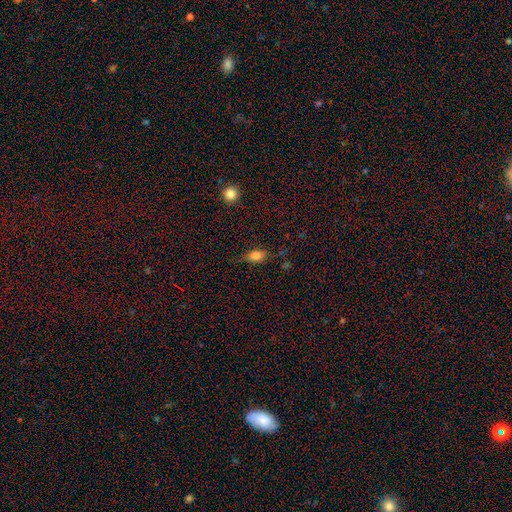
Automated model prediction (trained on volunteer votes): Overall: smooth (78%). How rounded: in between (82%). Merging: none (69%).